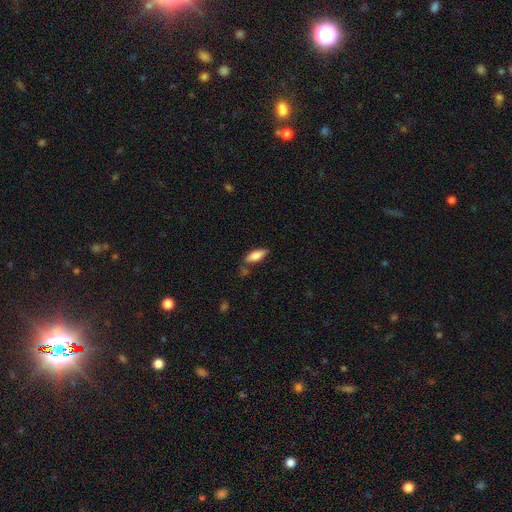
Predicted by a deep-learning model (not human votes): smooth-or-featured: smooth: 78% | featured or disk: 15% | star or artifact: 7%
  how-rounded: in between: 67% | cigar-shaped: 31% | round: 2%
  merging: none: 72% | minor disturbance: 18% | merger: 6% | major disturbance: 4%